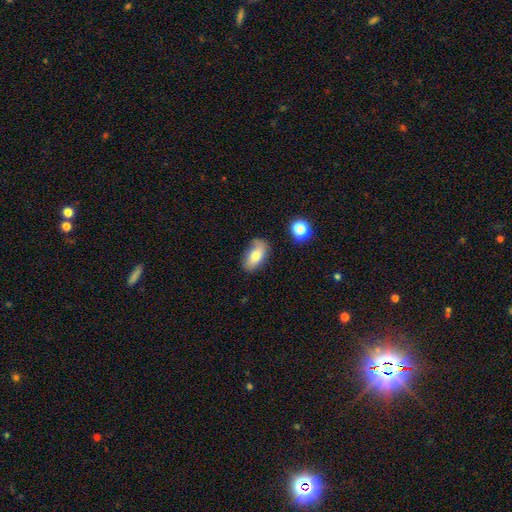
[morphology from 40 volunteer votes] smooth-or-featured: smooth: 78% | featured or disk: 15% | star or artifact: 8%
  how-rounded: in between: 87% | round: 6% | cigar-shaped: 6%
  merging: none: 51% | minor disturbance: 32% | merger: 14% | major disturbance: 3%